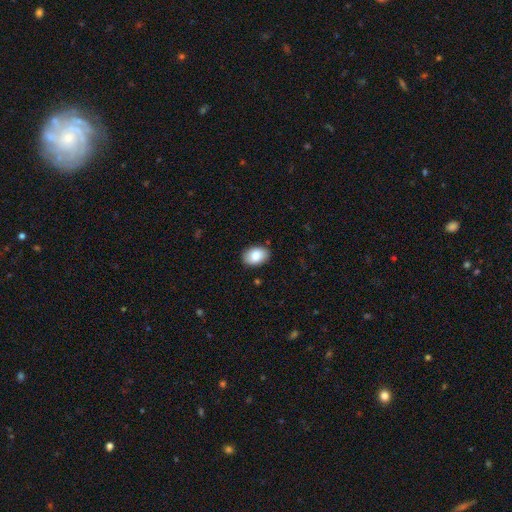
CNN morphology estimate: Q: Smooth or featured?
A: smooth (86%); runner-up: featured or disk (7%)
Q: How rounded?
A: in between (84%); runner-up: round (14%)
Q: Merging?
A: none (86%); runner-up: minor disturbance (10%)